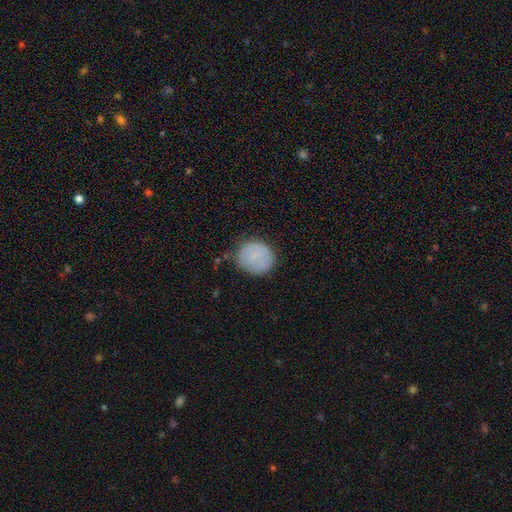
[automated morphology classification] Smooth or featured? Predicted: smooth (p=0.76). How rounded? Predicted: round (p=0.85). Merging? Predicted: none (p=0.73).